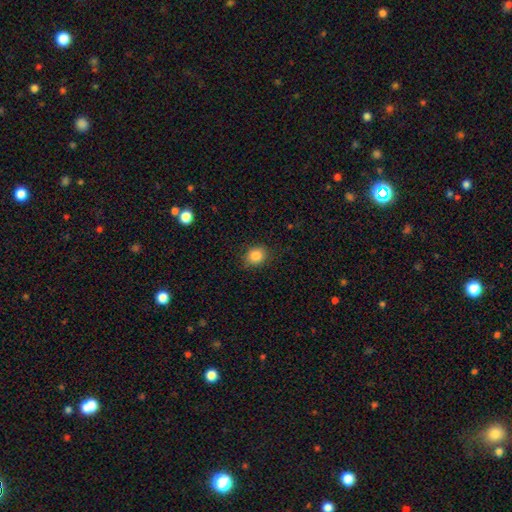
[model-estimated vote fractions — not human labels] A smooth galaxy with no disk features (86%) that is round (68%). Merging: none (82%).